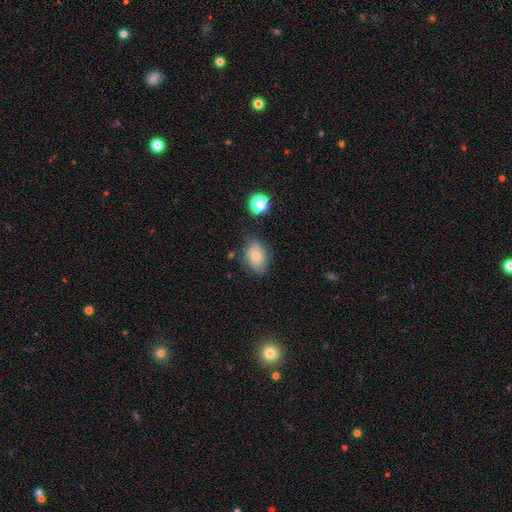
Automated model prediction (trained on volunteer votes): Smooth or featured?
  - smooth: 70% *
  - featured or disk: 19%
  - star or artifact: 10%
How rounded?
  - in between: 80% *
  - round: 19%
  - cigar-shaped: 1%
Merging?
  - none: 66% *
  - minor disturbance: 24%
  - major disturbance: 6%
  - merger: 3%